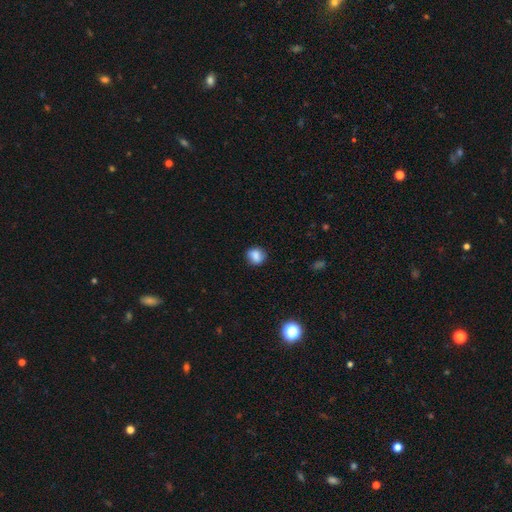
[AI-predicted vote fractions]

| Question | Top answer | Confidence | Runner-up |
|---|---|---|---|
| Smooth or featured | smooth | 84% | star or artifact (10%) |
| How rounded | round | 71% | in between (27%) |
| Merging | none | 81% | minor disturbance (15%) |